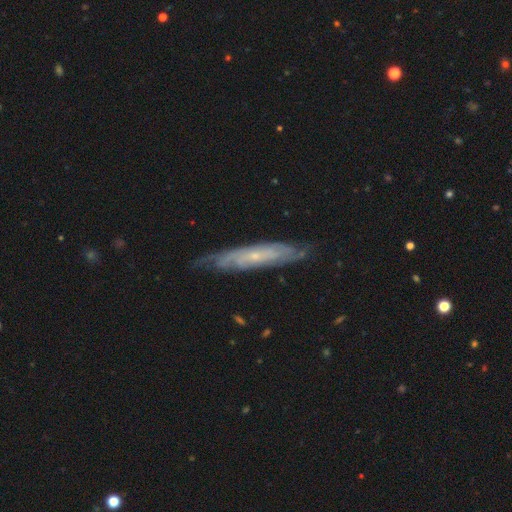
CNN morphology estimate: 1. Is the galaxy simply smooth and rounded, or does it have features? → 76% featured or disk, 18% smooth, 6% star or artifact.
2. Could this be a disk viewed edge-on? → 62% no, 38% yes.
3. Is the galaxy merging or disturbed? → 75% none, 19% minor disturbance, 5% major disturbance, 1% merger.